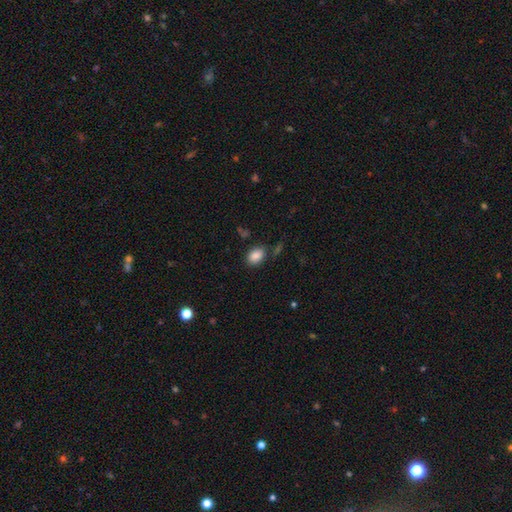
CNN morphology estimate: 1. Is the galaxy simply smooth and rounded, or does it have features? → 87% smooth, 9% star or artifact, 4% featured or disk.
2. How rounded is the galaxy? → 75% in between, 24% round, 1% cigar-shaped.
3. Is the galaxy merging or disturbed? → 77% none, 13% minor disturbance, 5% merger, 4% major disturbance.